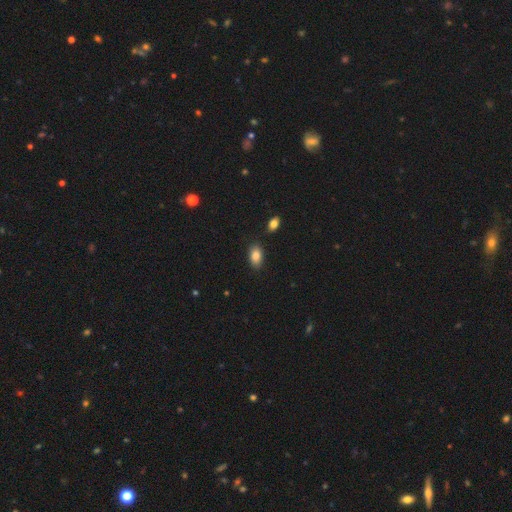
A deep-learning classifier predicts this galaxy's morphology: Q: Smooth or featured?
A: smooth (85%); runner-up: star or artifact (8%)
Q: How rounded?
A: in between (92%); runner-up: round (6%)
Q: Merging?
A: none (84%); runner-up: minor disturbance (10%)